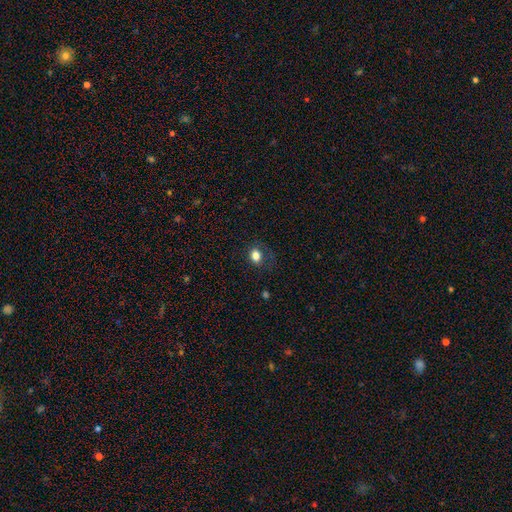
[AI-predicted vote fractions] smooth 81%, star or artifact 11%, featured or disk 8%. Down the decision tree: how rounded — round (50%); merging — none (70%).